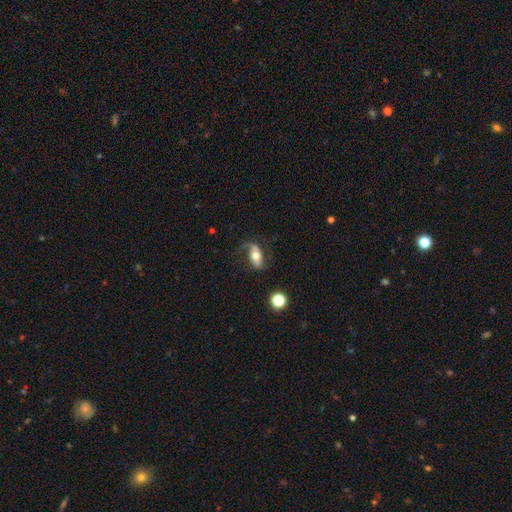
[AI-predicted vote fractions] This is likely a featured or disk galaxy (62%). It is clearly not viewed edge-on (89%). Bar: possibly no (50%). Spiral arm pattern: clearly yes (84%). Central bulge: likely moderate (66%). Merging: possibly none (55%).